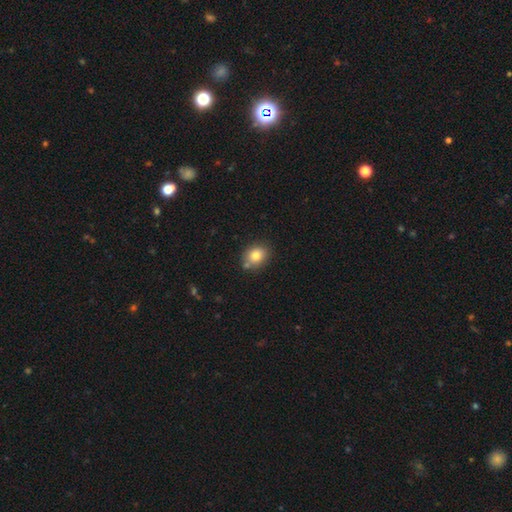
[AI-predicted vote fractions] A smooth galaxy with no disk features (79%) that is round (58%). Merging: none (75%).